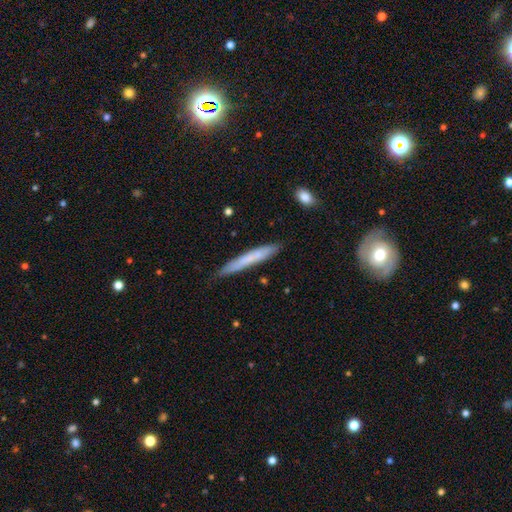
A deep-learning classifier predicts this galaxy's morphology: Smooth or featured: smooth — 59% (featured or disk — 34%)
How rounded: cigar-shaped — 96% (in between — 3%)
Merging: none — 84% (minor disturbance — 13%)